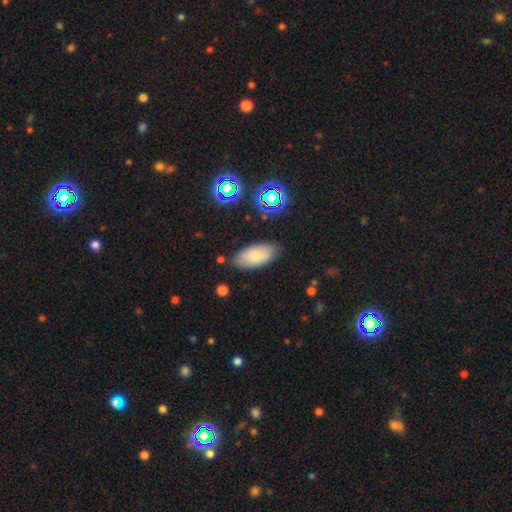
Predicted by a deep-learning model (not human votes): Smooth or featured: smooth — 79% (featured or disk — 12%)
How rounded: in between — 92% (cigar-shaped — 6%)
Merging: none — 80% (minor disturbance — 15%)